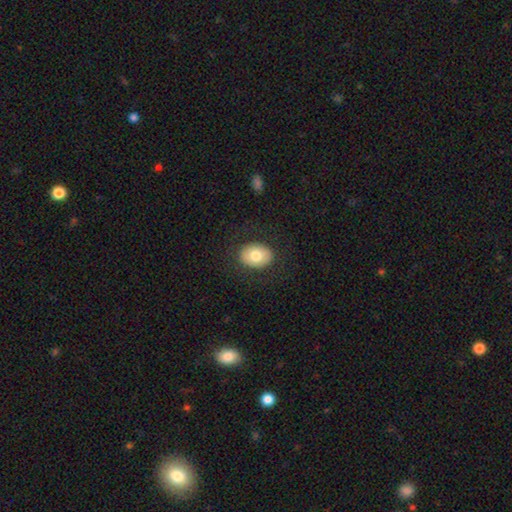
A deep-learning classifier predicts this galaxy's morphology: A smooth galaxy with no disk features (79%) that is in between round and cigar-shaped (69%). Merging: none (86%).